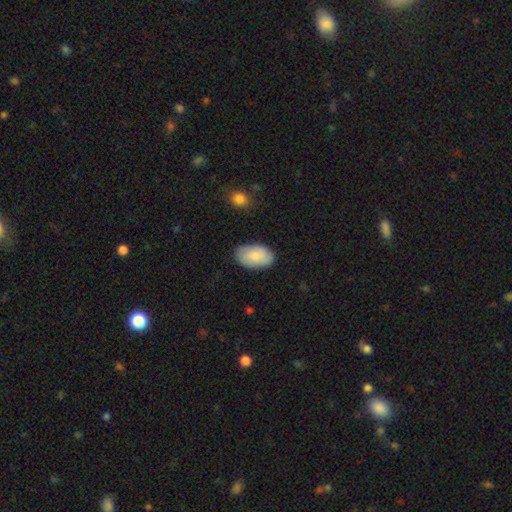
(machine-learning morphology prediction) This is clearly a smooth galaxy (83%). How rounded: clearly in between (94%). Merging: clearly none (83%).